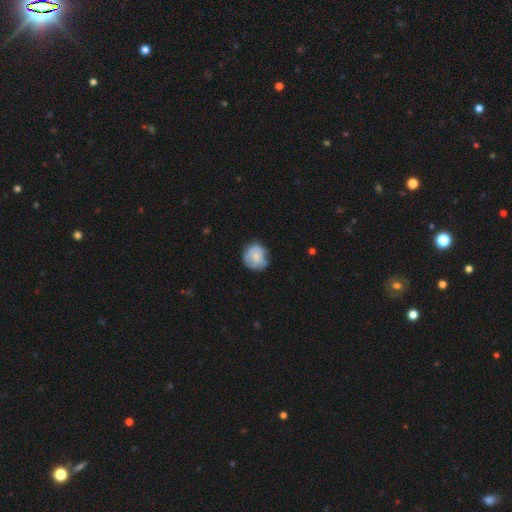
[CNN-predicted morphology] smooth 66%, featured or disk 27%, star or artifact 7%. Down the decision tree: how rounded — round (79%); merging — none (64%).